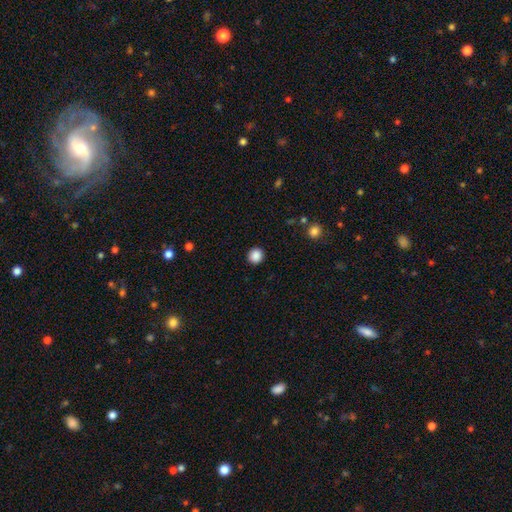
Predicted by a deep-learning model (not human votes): This appears to be a smooth galaxy with no disk features (88%) that is round (92%). Merging: none (92%).